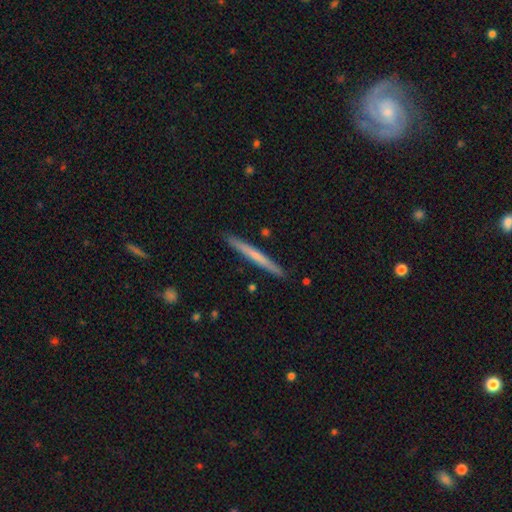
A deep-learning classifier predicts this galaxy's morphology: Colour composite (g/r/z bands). It shows a smooth galaxy with no disk features (51%) that is cigar-shaped (97%). Merging: none (91%).